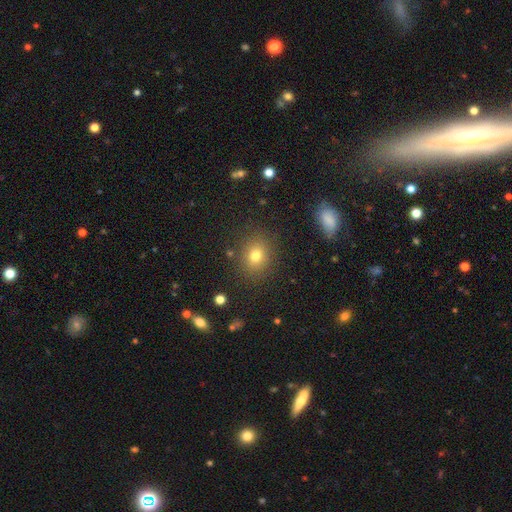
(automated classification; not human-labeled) smooth 75%, star or artifact 16%, featured or disk 10%. Down the decision tree: how rounded — round (62%); merging — none (85%).